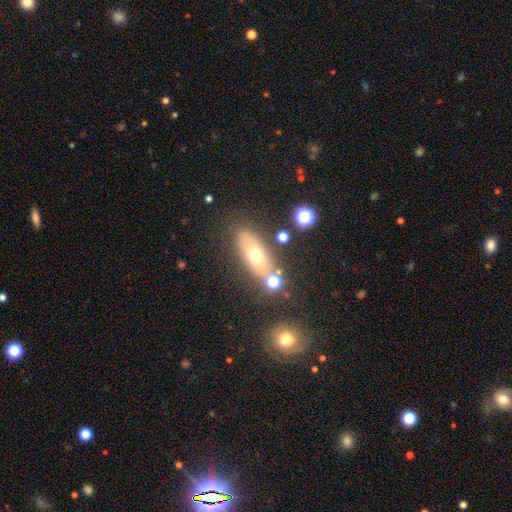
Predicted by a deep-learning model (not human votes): Q: Smooth or featured?
A: smooth (55%); runner-up: featured or disk (32%)
Q: How rounded?
A: in between (66%); runner-up: cigar-shaped (25%)
Q: Merging?
A: none (70%); runner-up: minor disturbance (14%)